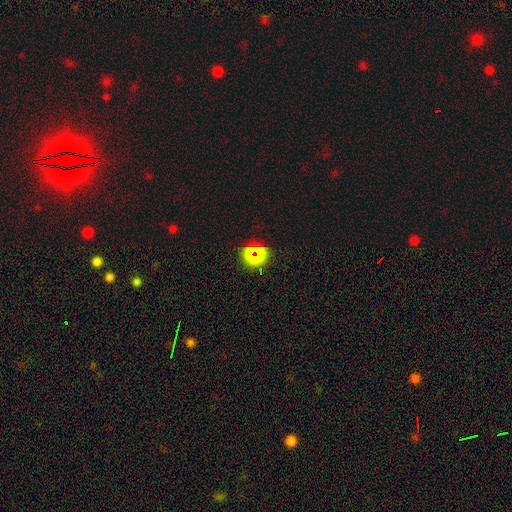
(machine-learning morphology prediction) Smooth or featured: star or artifact — 53% (smooth — 37%)